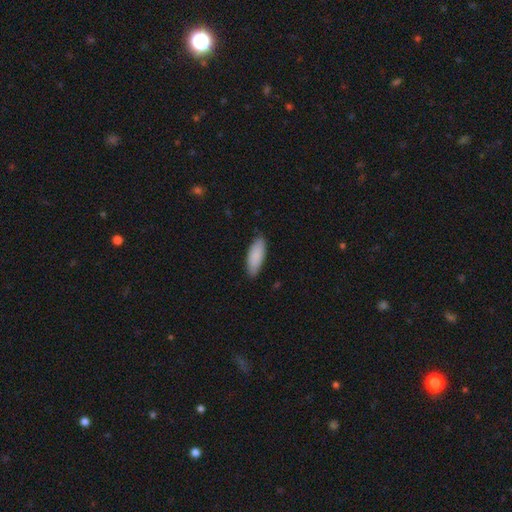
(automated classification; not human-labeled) A smooth galaxy with no disk features (88%) that is in between round and cigar-shaped (70%).

Vote fractions:
- Smooth or featured? smooth: 88% / featured or disk: 6% / star or artifact: 5%
- How rounded? in between: 70% / cigar-shaped: 29% / round: 2%
- Merging? none: 83% / minor disturbance: 14% / major disturbance: 2% / merger: 1%